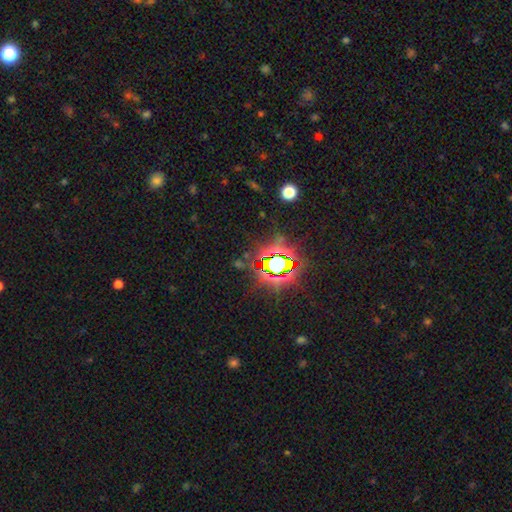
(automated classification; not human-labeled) Overall: star or artifact (82%).